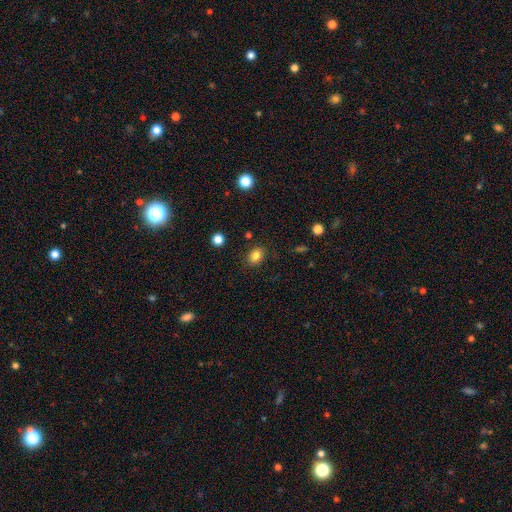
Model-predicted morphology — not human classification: This appears to be a smooth galaxy with no disk features (83%) that is in between round and cigar-shaped (57%). Merging: none (85%).